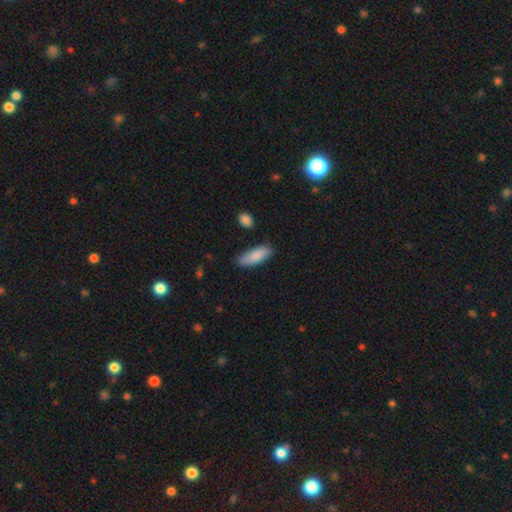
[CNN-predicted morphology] Smooth or featured? smooth (87%)
How rounded? in between (67%)
Merging? none (80%)